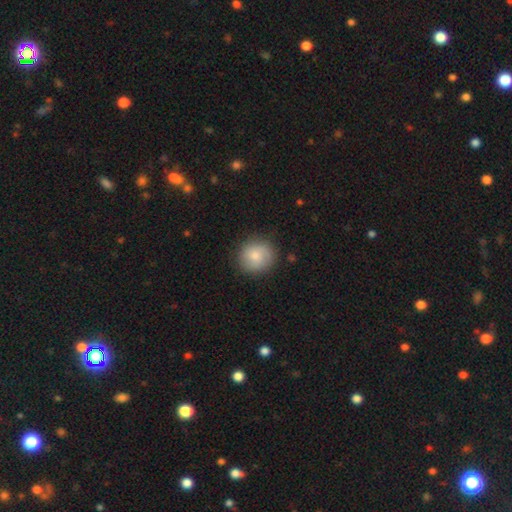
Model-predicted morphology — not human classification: smooth-or-featured: smooth: 77% | featured or disk: 16% | star or artifact: 7%
  how-rounded: round: 89% | in between: 10% | cigar-shaped: 1%
  merging: none: 82% | minor disturbance: 13% | major disturbance: 4% | merger: 1%